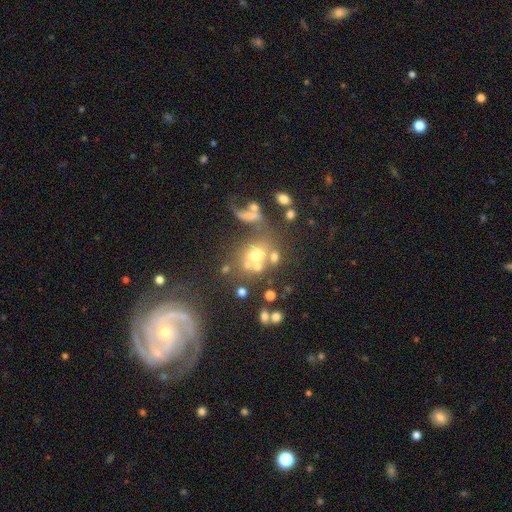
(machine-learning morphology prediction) Smooth or featured: smooth — 50% (featured or disk — 27%)
How rounded: round — 69% (in between — 29%)
Merging: none — 43% (merger — 31%)